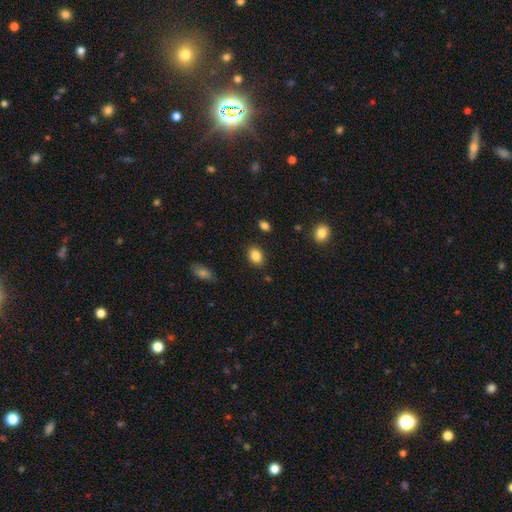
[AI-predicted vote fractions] Overall: smooth (86%). How rounded: in between (75%). Merging: none (86%).